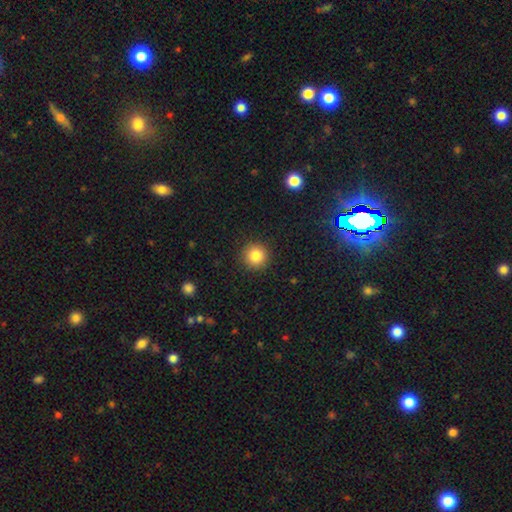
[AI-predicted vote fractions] Smooth or featured: smooth — 83% (star or artifact — 11%)
How rounded: round — 95% (in between — 4%)
Merging: none — 92% (minor disturbance — 5%)